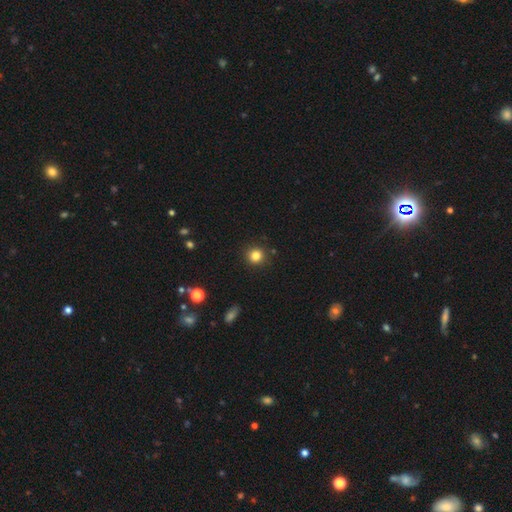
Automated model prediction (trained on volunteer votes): The model was most divided on "smooth or featured": smooth: 83%, star or artifact: 12%, featured or disk: 5%. More confident: how rounded — round (91%); merging — none (91%).